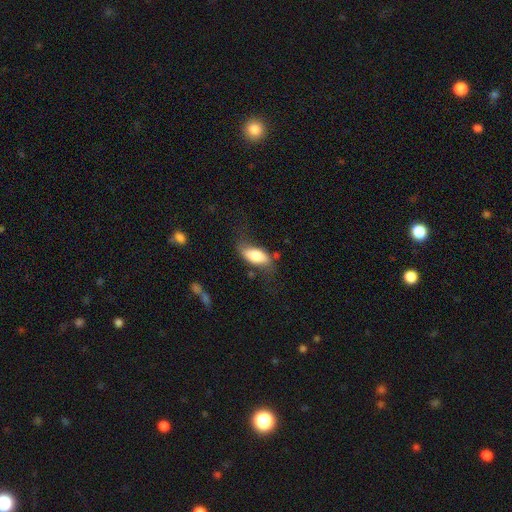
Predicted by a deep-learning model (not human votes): smooth 67%, featured or disk 26%, star or artifact 7%. Down the decision tree: how rounded — in between (85%); merging — none (53%).